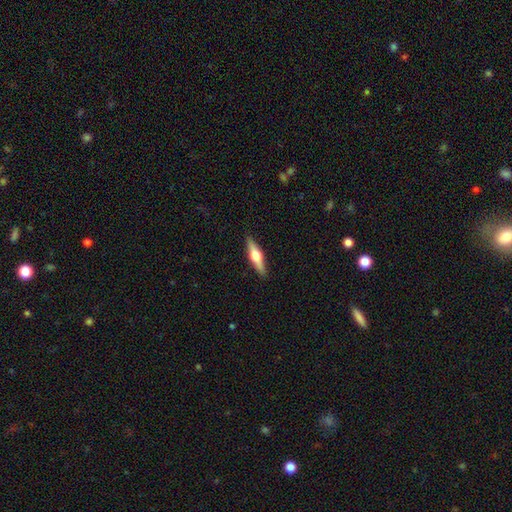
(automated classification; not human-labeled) This appears to be a featured or disk galaxy (60%) viewed edge-on (96%) with a rounded central bulge (94%). Merging: none (91%).